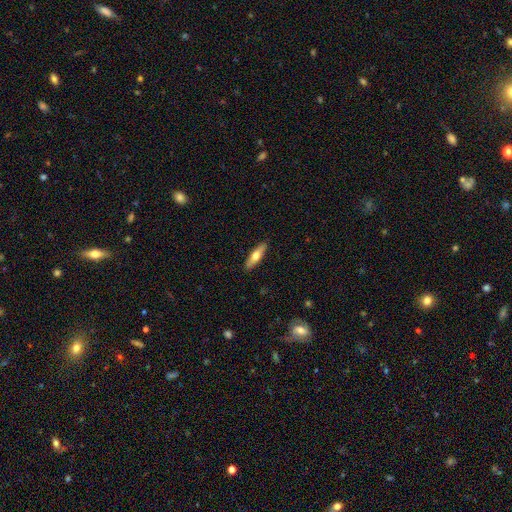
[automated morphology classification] A smooth galaxy with no disk features (58%) that is cigar-shaped (63%).

Vote fractions:
- Smooth or featured? smooth: 58% / featured or disk: 36% / star or artifact: 6%
- How rounded? cigar-shaped: 63% / in between: 35% / round: 2%
- Merging? none: 90% / minor disturbance: 7% / major disturbance: 2% / merger: 1%